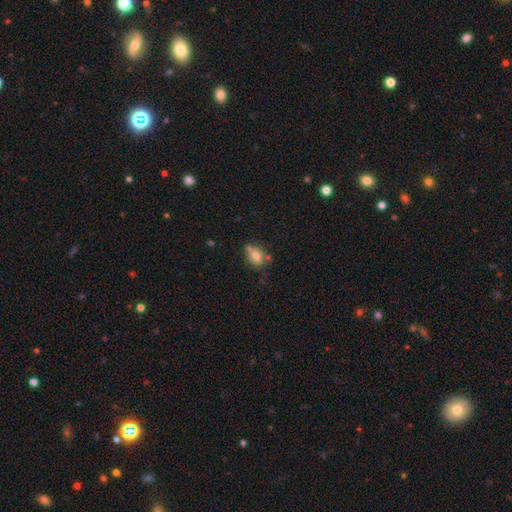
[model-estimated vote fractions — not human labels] A smooth galaxy with no disk features (69%) that is in between round and cigar-shaped (72%).

Vote fractions:
- Smooth or featured? smooth: 69% / featured or disk: 21% / star or artifact: 11%
- How rounded? in between: 72% / round: 23% / cigar-shaped: 5%
- Merging? none: 58% / minor disturbance: 23% / merger: 13% / major disturbance: 6%